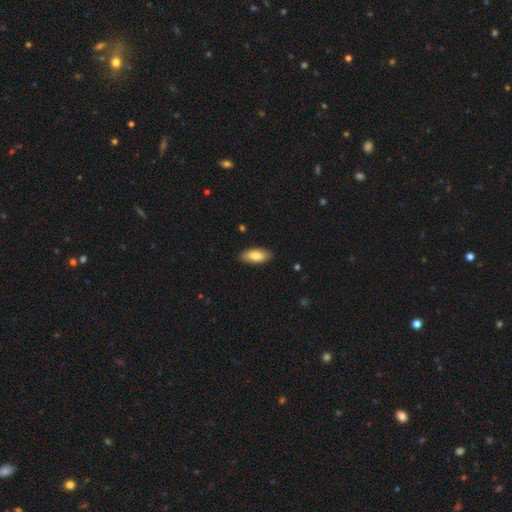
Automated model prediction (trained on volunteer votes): Q: Smooth or featured?
A: smooth (82%); runner-up: featured or disk (13%)
Q: How rounded?
A: in between (84%); runner-up: cigar-shaped (14%)
Q: Merging?
A: none (88%); runner-up: minor disturbance (9%)